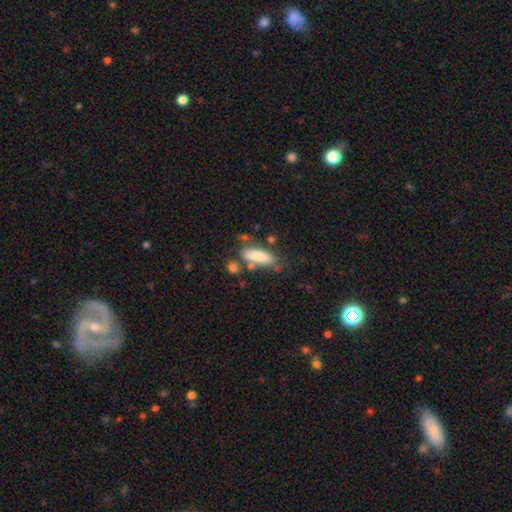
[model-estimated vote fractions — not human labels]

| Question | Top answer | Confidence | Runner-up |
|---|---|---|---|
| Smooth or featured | smooth | 76% | featured or disk (17%) |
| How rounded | in between | 61% | cigar-shaped (37%) |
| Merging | none | 62% | minor disturbance (18%) |